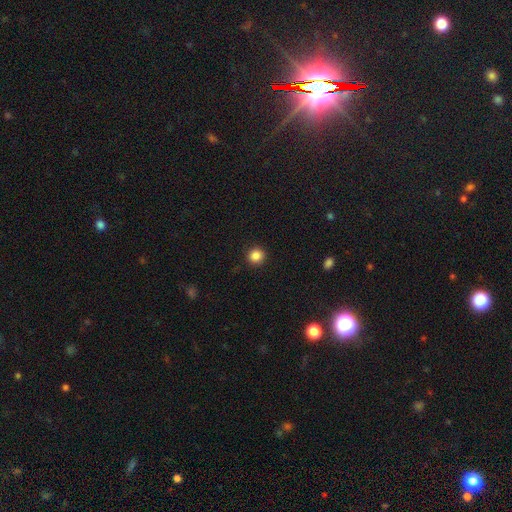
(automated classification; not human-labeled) This appears to be a smooth galaxy with no disk features (86%) that is round (93%). Merging: none (92%).